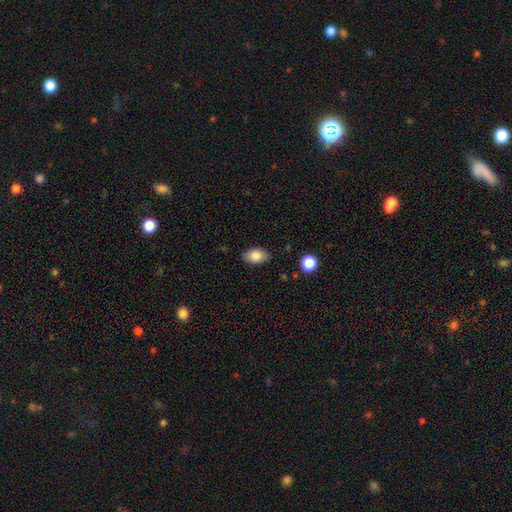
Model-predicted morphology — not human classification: This is clearly a smooth galaxy (85%). How rounded: clearly in between (85%). Merging: clearly none (82%).